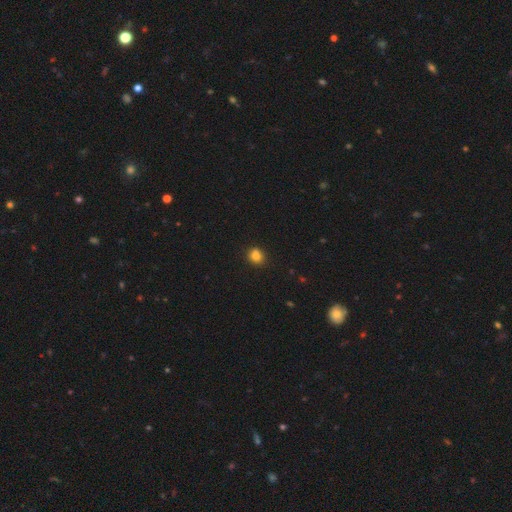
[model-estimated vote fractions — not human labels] Smooth or featured? Predicted: smooth (p=0.82). How rounded? Predicted: round (p=0.73). Merging? Predicted: none (p=0.81).